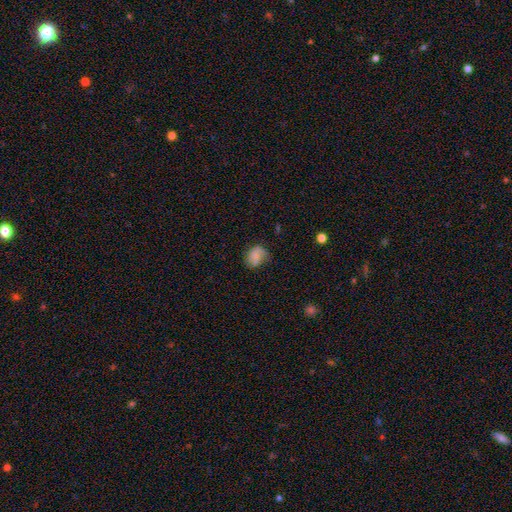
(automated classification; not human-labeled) Smooth or featured: smooth — 66% (featured or disk — 24%)
How rounded: in between — 56% (round — 43%)
Merging: none — 56% (minor disturbance — 29%)